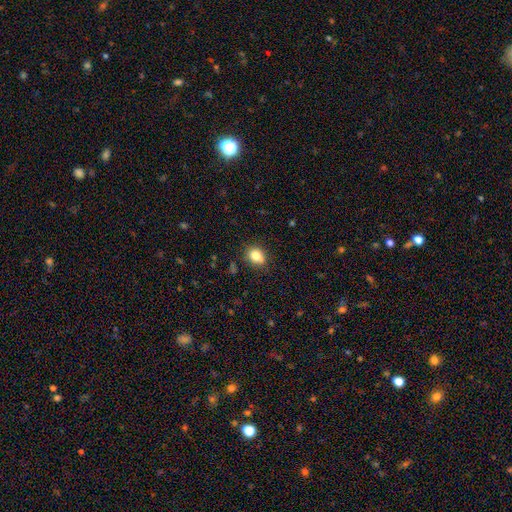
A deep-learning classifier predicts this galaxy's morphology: A smooth galaxy with no disk features (82%) that is in between round and cigar-shaped (54%).

Vote fractions:
- Smooth or featured? smooth: 82% / star or artifact: 10% / featured or disk: 8%
- How rounded? in between: 54% / round: 45% / cigar-shaped: 1%
- Merging? none: 80% / minor disturbance: 15% / major disturbance: 3% / merger: 2%